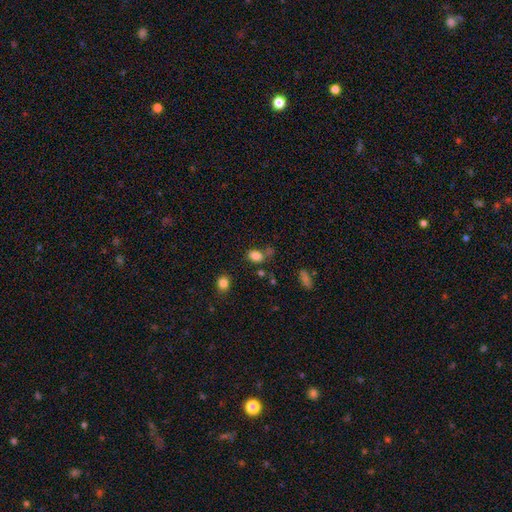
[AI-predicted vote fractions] Morphology: type=smooth (83%); roundness=in between (76%); merging=none (60%).